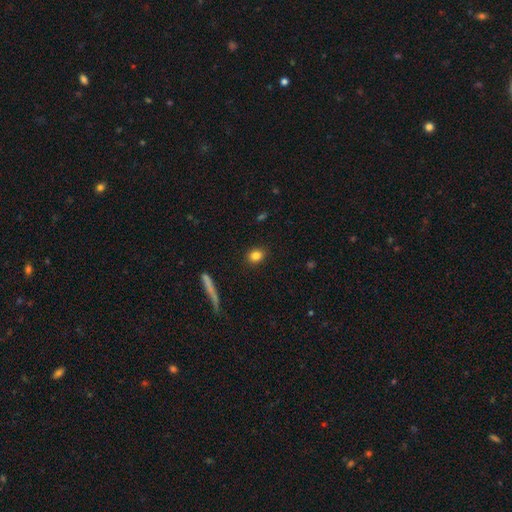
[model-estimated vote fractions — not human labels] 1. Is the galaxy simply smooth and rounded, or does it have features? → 83% smooth, 10% star or artifact, 7% featured or disk.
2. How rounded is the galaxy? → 57% round, 40% in between, 3% cigar-shaped.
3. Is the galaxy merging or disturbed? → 89% none, 8% minor disturbance, 2% major disturbance, 1% merger.